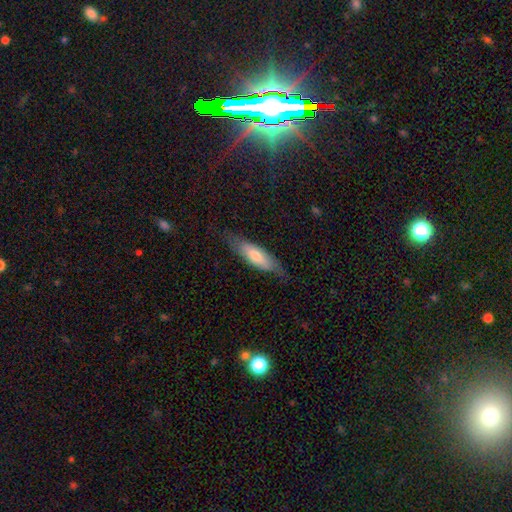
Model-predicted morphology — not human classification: Smooth or featured? smooth (63%)
How rounded? in between (50%)
Merging? none (72%)